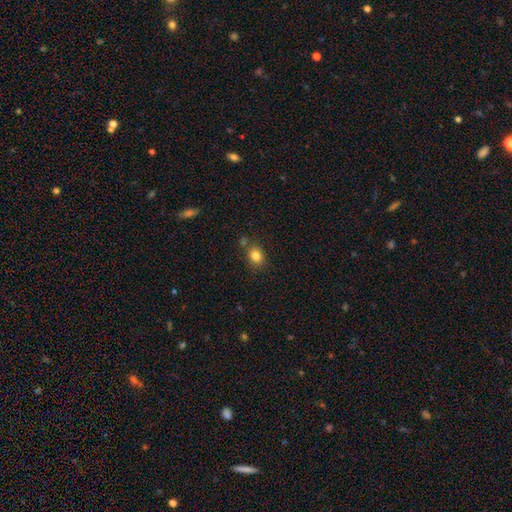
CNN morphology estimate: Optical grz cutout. It shows a smooth galaxy with no disk features (83%) that is round (52%). Merging: none (72%).